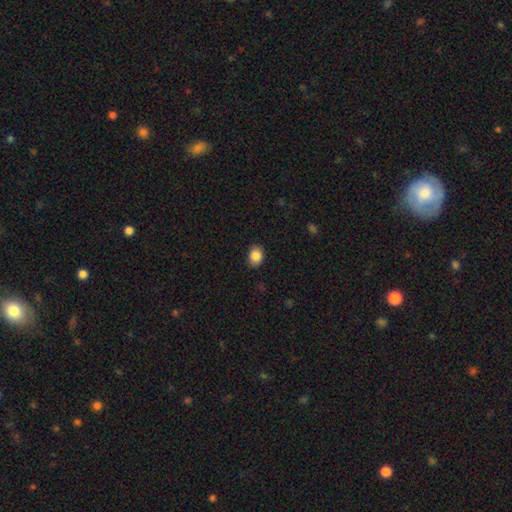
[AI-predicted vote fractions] Smooth or featured? smooth (87%)
How rounded? in between (59%)
Merging? none (86%)